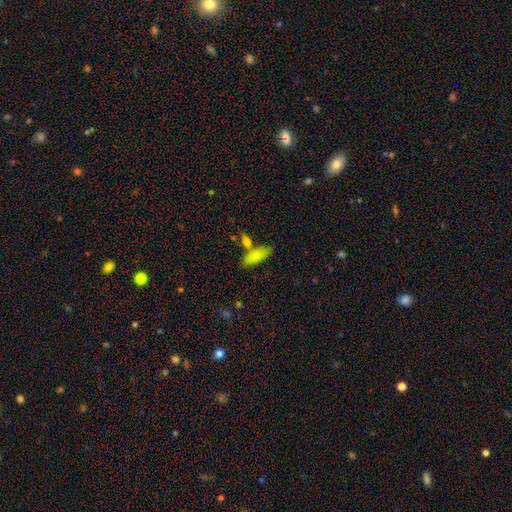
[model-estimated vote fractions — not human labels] Q: Smooth or featured?
A: smooth (79%); runner-up: featured or disk (12%)
Q: How rounded?
A: in between (62%); runner-up: cigar-shaped (35%)
Q: Merging?
A: none (67%); runner-up: merger (16%)